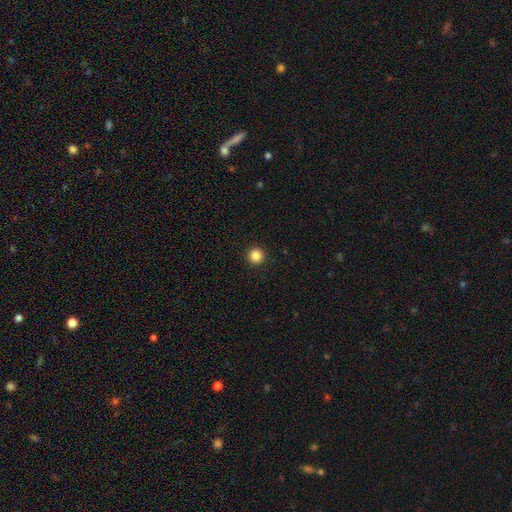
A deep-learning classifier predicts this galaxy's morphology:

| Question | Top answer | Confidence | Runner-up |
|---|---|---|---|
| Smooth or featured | smooth | 85% | star or artifact (11%) |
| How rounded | round | 95% | in between (4%) |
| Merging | none | 93% | minor disturbance (4%) |